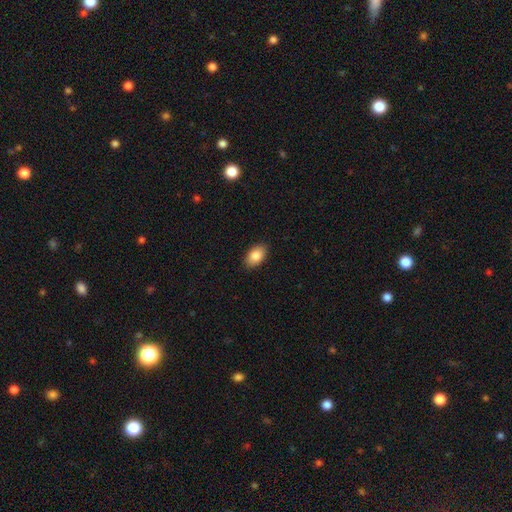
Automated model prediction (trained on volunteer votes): Smooth or featured?
  - smooth: 86% *
  - star or artifact: 7%
  - featured or disk: 7%
How rounded?
  - in between: 91% *
  - round: 7%
  - cigar-shaped: 1%
Merging?
  - none: 89% *
  - minor disturbance: 8%
  - major disturbance: 2%
  - merger: 1%